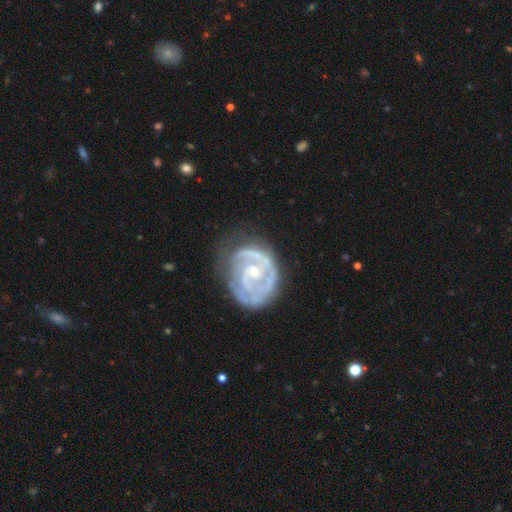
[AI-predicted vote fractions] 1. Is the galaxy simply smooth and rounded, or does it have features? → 89% featured or disk, 7% smooth, 4% star or artifact.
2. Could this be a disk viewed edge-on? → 98% no, 2% yes.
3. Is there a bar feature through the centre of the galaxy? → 64% no, 30% weak, 7% strong.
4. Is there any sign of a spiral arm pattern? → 95% yes, 5% no.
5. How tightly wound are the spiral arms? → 64% tight, 29% medium, 7% loose.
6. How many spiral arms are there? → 52% 2, 17% can't tell, 13% 3, 10% 1, 4% 4, 4% more than 4.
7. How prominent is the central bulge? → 52% small, 43% moderate, 2% large, 2% none, 1% dominant.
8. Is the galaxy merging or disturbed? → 61% none, 23% minor disturbance, 13% major disturbance, 2% merger.